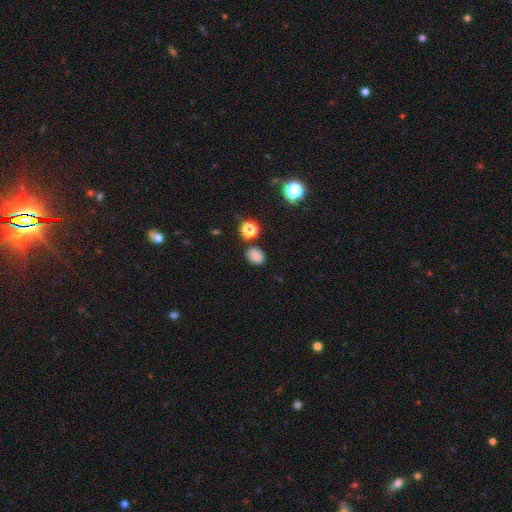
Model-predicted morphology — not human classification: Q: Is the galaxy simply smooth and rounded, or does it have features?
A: smooth — 81%.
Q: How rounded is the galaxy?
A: in between — 58%.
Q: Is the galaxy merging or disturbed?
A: none — 80%.